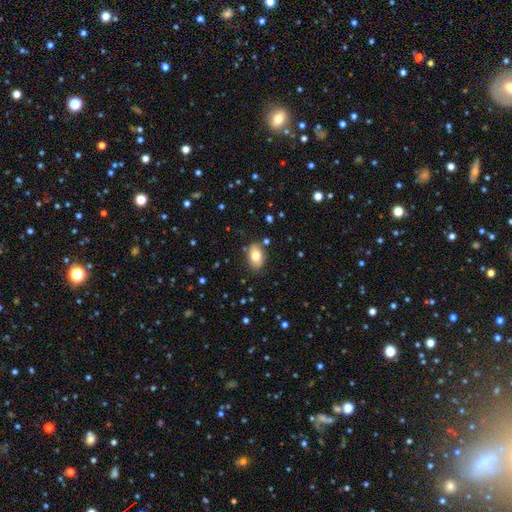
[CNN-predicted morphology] Overall: smooth (77%). How rounded: in between (88%). Merging: none (82%).